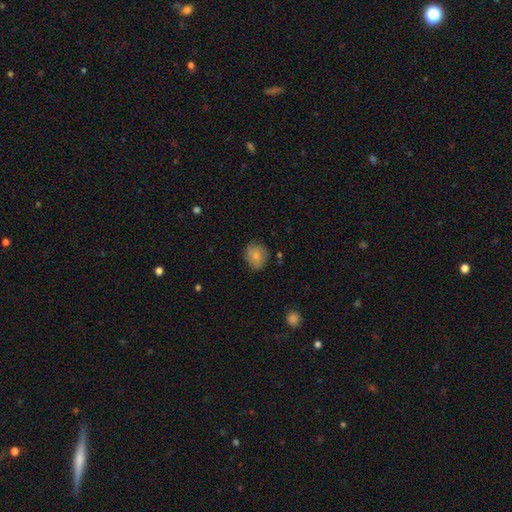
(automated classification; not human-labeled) Smooth or featured: smooth — 78% (featured or disk — 14%)
How rounded: round — 71% (in between — 28%)
Merging: none — 75% (minor disturbance — 19%)